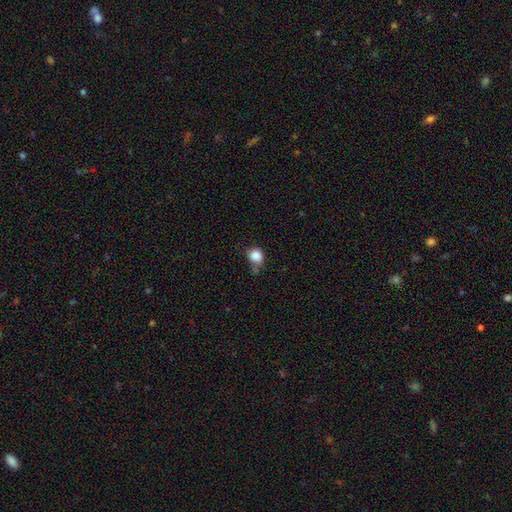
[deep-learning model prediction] A smooth galaxy with no disk features (84%) that is round (71%). Merging: none (45%).